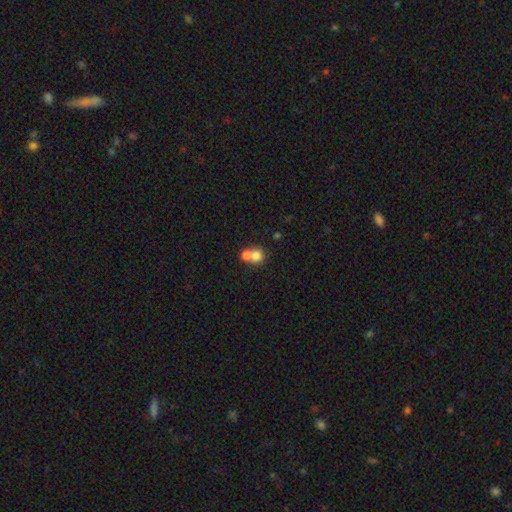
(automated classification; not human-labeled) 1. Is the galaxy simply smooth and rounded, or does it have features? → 76% smooth, 14% featured or disk, 10% star or artifact.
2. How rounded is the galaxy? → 84% round, 15% in between, 1% cigar-shaped.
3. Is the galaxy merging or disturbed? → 58% merger, 34% none, 5% minor disturbance, 2% major disturbance.